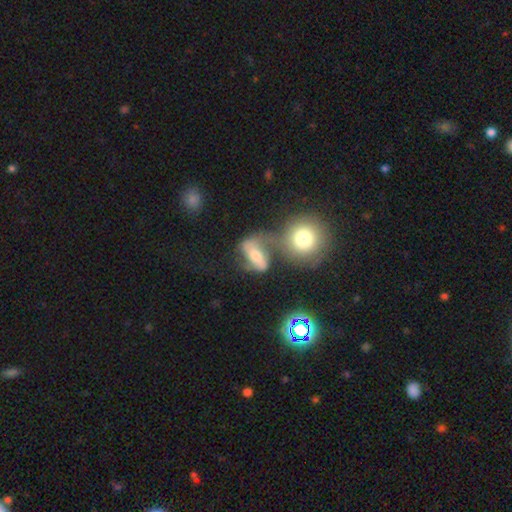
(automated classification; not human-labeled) Smooth or featured? Predicted: featured or disk (p=0.55). Edge-on disk? Predicted: no (p=0.89). Merging? Predicted: merger (p=0.41).